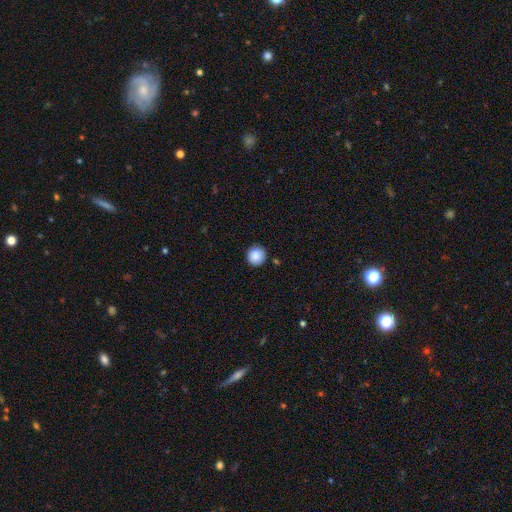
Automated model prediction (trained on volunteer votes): Overall: smooth (87%). How rounded: round (94%). Merging: none (89%).